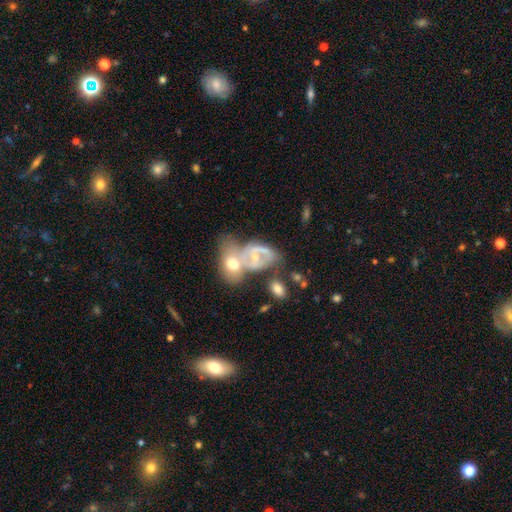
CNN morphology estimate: Q: Smooth or featured?
A: featured or disk (59%); runner-up: smooth (32%)
Q: Edge-on disk?
A: no (95%); runner-up: yes (5%)
Q: Bar?
A: no (60%); runner-up: weak (30%)
Q: Spiral arms?
A: yes (60%); runner-up: no (40%)
Q: Bulge size?
A: moderate (47%); runner-up: small (45%)
Q: Merging?
A: merger (55%); runner-up: none (20%)